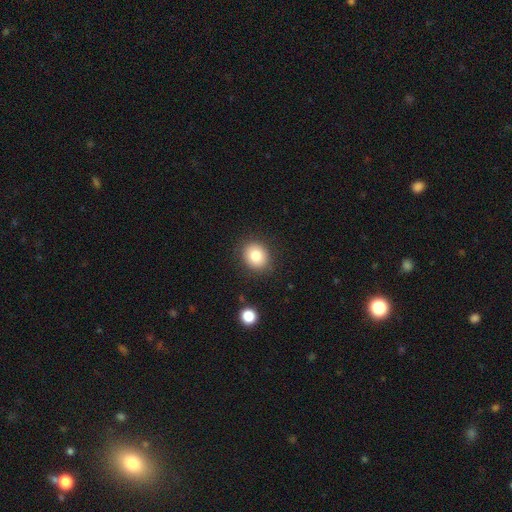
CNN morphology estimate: type=smooth (82%); roundness=round (68%); merging=none (87%).